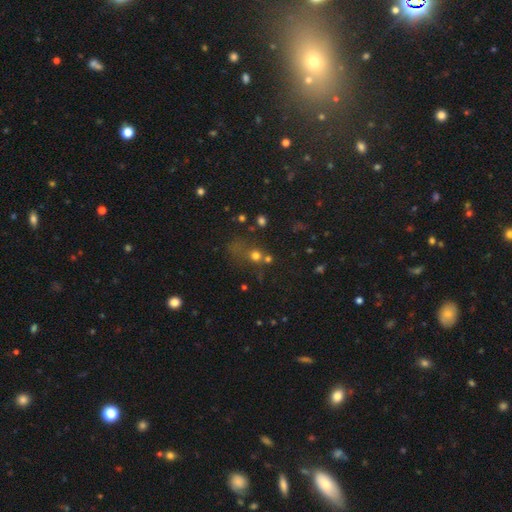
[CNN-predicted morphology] Smooth or featured?
  - smooth: 62% *
  - star or artifact: 25%
  - featured or disk: 13%
How rounded?
  - round: 79% *
  - in between: 20%
  - cigar-shaped: 2%
Merging?
  - none: 43% *
  - merger: 29%
  - major disturbance: 14%
  - minor disturbance: 13%